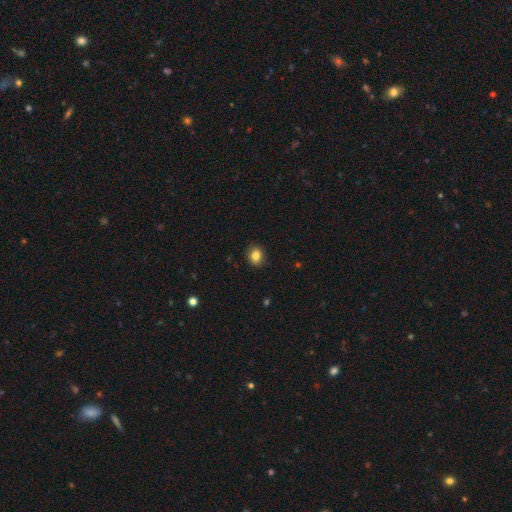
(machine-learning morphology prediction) Overall: smooth (85%). How rounded: round (63%; in between 36%). Merging: none (87%).